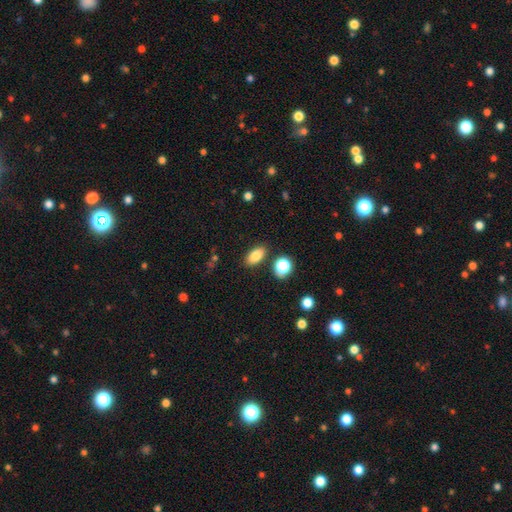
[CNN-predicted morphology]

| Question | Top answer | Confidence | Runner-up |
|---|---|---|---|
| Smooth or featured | smooth | 83% | star or artifact (10%) |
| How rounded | in between | 87% | round (8%) |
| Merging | none | 84% | minor disturbance (9%) |